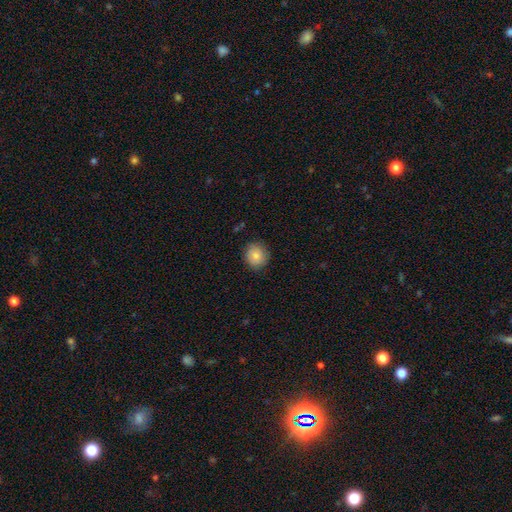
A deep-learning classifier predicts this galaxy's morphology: smooth_or_featured: smooth (p=0.82) [alt: featured or disk p=0.10]
how_rounded: round (p=0.87) [alt: in between p=0.13]
merging: none (p=0.85) [alt: minor disturbance p=0.11]